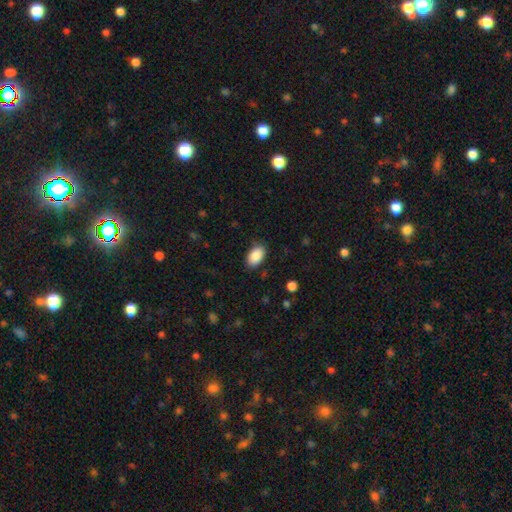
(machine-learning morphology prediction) The model was most divided on "merging": none: 85%, minor disturbance: 11%, major disturbance: 3%, merger: 1%. More confident: how rounded — in between (93%); smooth or featured — smooth (89%).